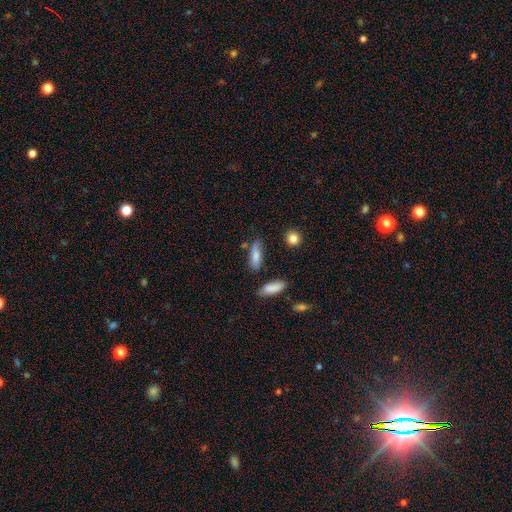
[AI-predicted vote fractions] Smooth or featured?
  - smooth: 77% *
  - featured or disk: 16%
  - star or artifact: 8%
How rounded?
  - in between: 57% *
  - cigar-shaped: 40%
  - round: 3%
Merging?
  - none: 67% *
  - minor disturbance: 21%
  - merger: 7%
  - major disturbance: 5%